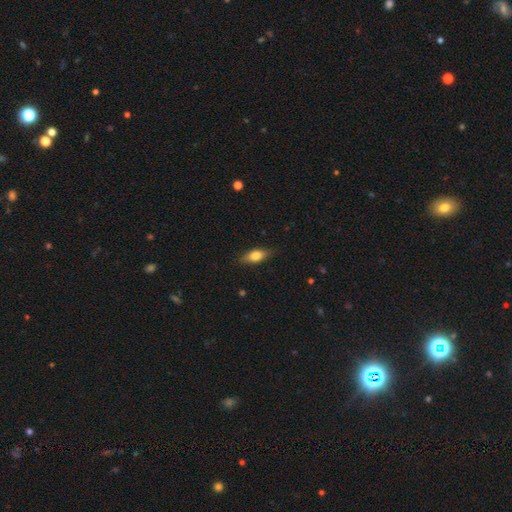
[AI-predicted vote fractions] A smooth galaxy with no disk features (69%) that is in between round and cigar-shaped (74%).

Vote fractions:
- Smooth or featured? smooth: 69% / featured or disk: 24% / star or artifact: 7%
- How rounded? in between: 74% / cigar-shaped: 21% / round: 4%
- Merging? none: 84% / minor disturbance: 13% / major disturbance: 3% / merger: 1%